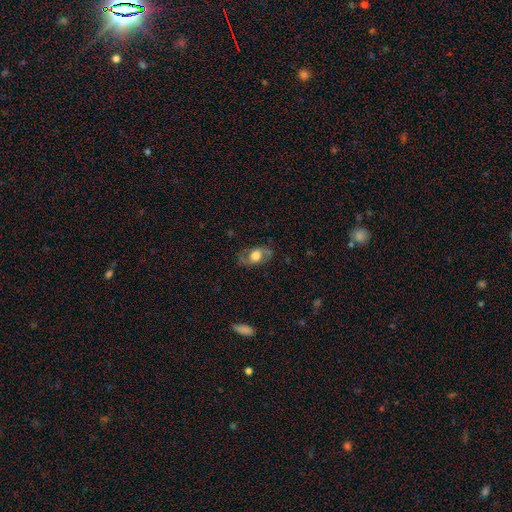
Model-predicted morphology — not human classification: Smooth or featured? Predicted: featured or disk (p=0.54). Edge-on disk? Predicted: no (p=0.90). Merging? Predicted: none (p=0.73).